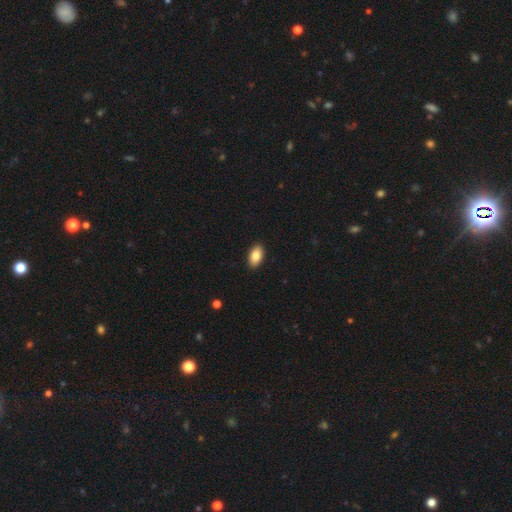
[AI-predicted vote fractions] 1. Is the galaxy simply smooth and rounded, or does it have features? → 86% smooth, 7% featured or disk, 7% star or artifact.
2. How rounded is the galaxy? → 93% in between, 4% round, 3% cigar-shaped.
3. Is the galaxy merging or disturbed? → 91% none, 7% minor disturbance, 2% major disturbance, 1% merger.